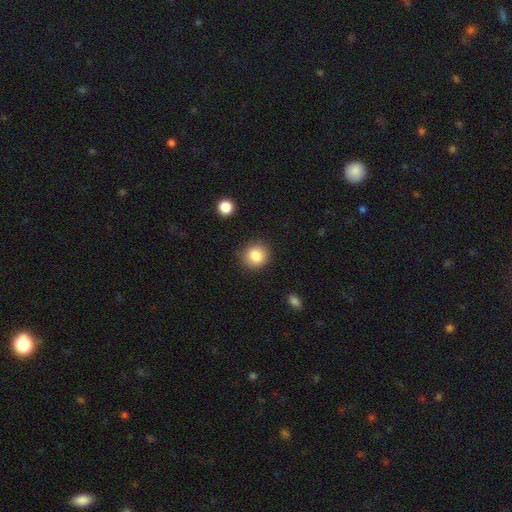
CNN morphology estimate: A smooth galaxy with no disk features (84%) that is round (88%). Merging: none (86%).